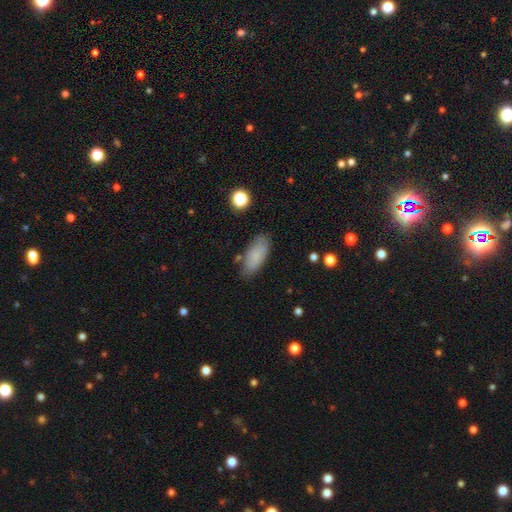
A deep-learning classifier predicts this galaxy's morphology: Smooth or featured?
  - smooth: 82% *
  - featured or disk: 10%
  - star or artifact: 8%
How rounded?
  - in between: 85% *
  - cigar-shaped: 13%
  - round: 2%
Merging?
  - none: 75% *
  - minor disturbance: 17%
  - major disturbance: 4%
  - merger: 3%